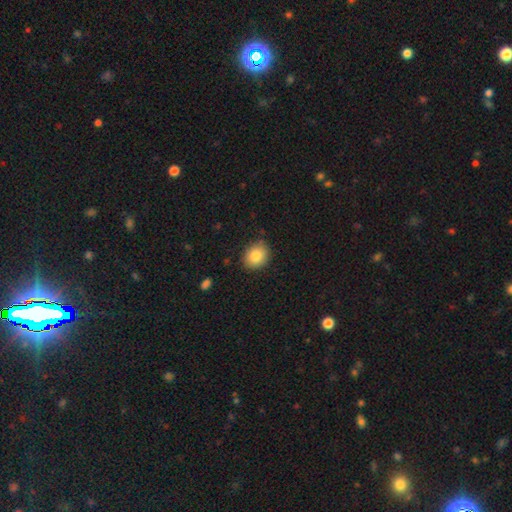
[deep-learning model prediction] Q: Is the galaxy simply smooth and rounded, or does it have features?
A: smooth — 84%.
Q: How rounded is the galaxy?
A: round — 66%.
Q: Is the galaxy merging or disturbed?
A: none — 85%.